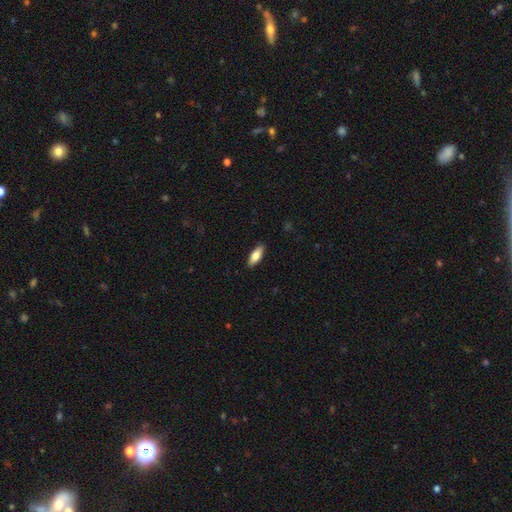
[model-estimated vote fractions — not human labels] smooth_or_featured: smooth (p=0.79) [alt: featured or disk p=0.16]
how_rounded: in between (p=0.72) [alt: cigar-shaped p=0.26]
merging: none (p=0.89) [alt: minor disturbance p=0.08]